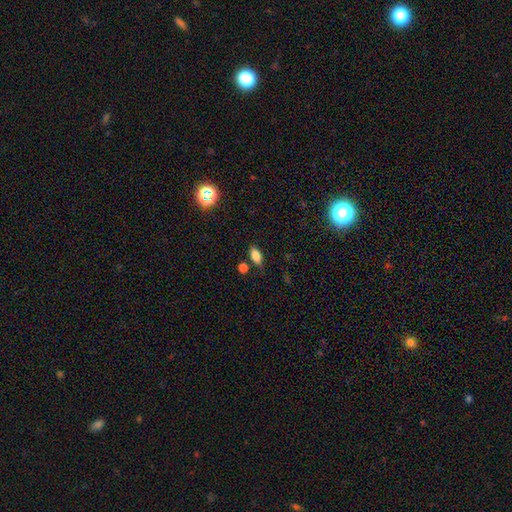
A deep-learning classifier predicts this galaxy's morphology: Overall: smooth (80%). How rounded: in between (87%). Merging: none (74%).